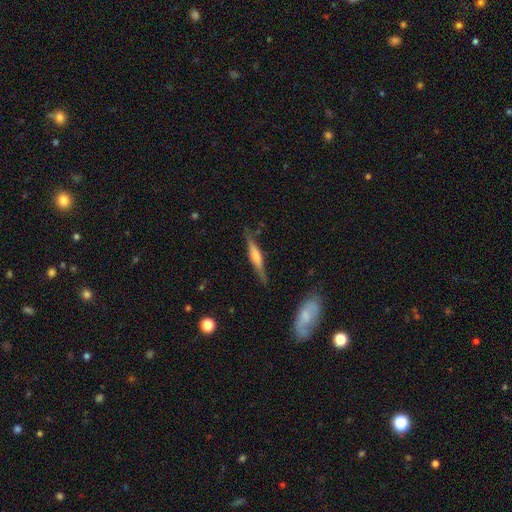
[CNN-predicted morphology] Smooth or featured? featured or disk (62%)
Edge-on disk? yes (96%)
Edge-on bulge? rounded (60%)
Merging? none (83%)